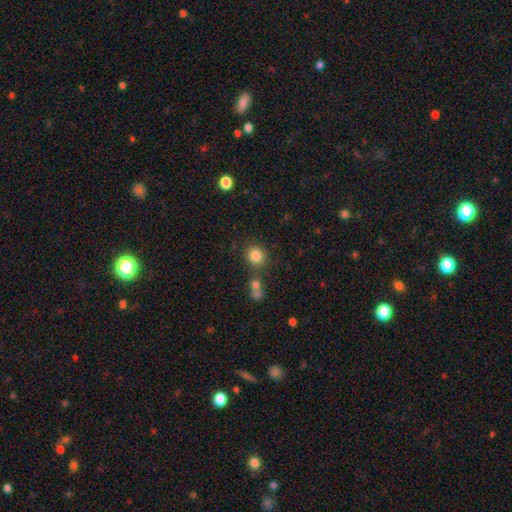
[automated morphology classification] The model was most divided on "merging": none: 77%, merger: 10%, minor disturbance: 9%, major disturbance: 4%. More confident: how rounded — round (84%); smooth or featured — smooth (82%).